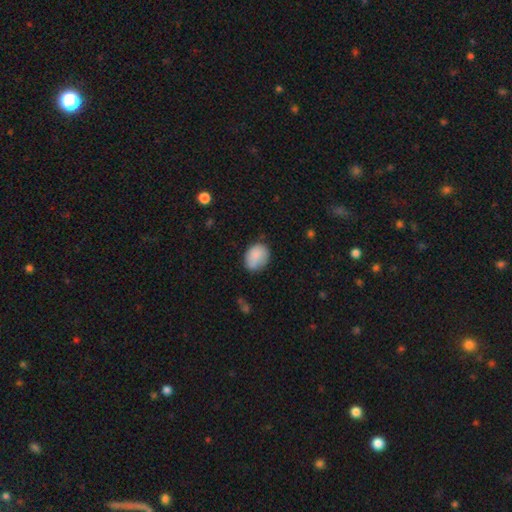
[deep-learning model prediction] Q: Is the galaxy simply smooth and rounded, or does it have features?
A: smooth — 85%.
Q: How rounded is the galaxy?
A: in between — 65%.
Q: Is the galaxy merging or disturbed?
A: none — 64%.